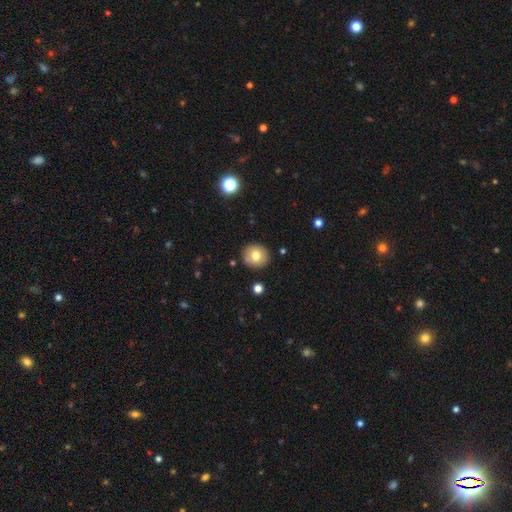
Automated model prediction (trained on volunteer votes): The model was most divided on "smooth or featured": smooth: 76%, featured or disk: 14%, star or artifact: 10%. More confident: how rounded — round (89%); merging — none (89%).